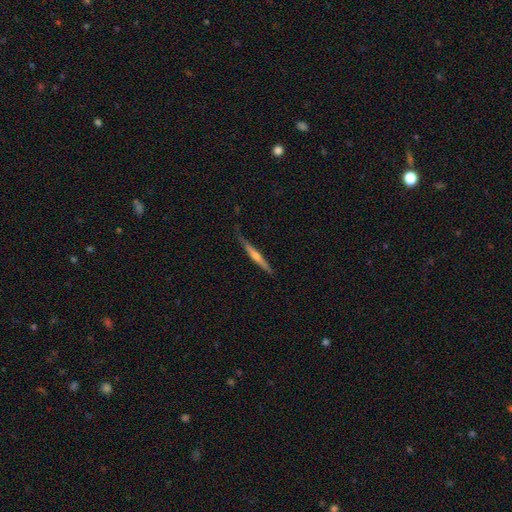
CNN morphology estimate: This appears to be a featured or disk galaxy (65%) viewed edge-on (97%) with a rounded central bulge (71%). Merging: none (81%).